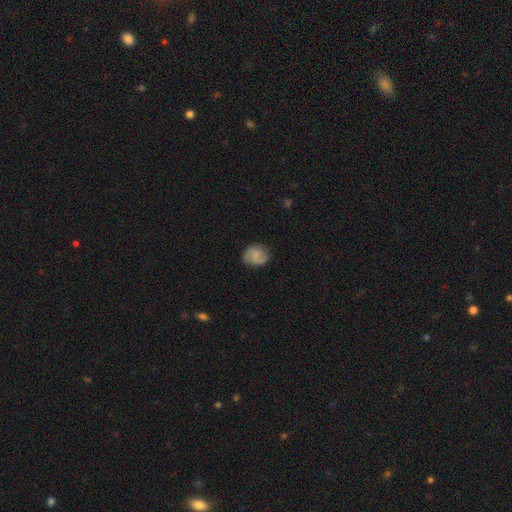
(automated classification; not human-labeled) Morphology: type=smooth (59%); roundness=round (75%); merging=none (78%).